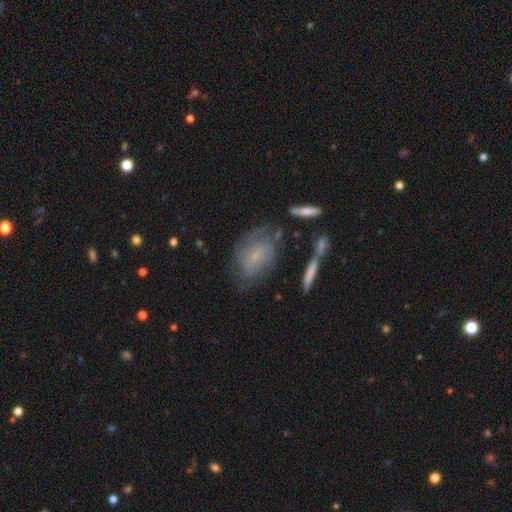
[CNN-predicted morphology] featured or disk 55%, smooth 35%, star or artifact 10%. Down the decision tree: edge-on disk — no (94%); bar — no (65%); spiral arms — yes (76%); bulge size — small (74%); merging — none (55%).